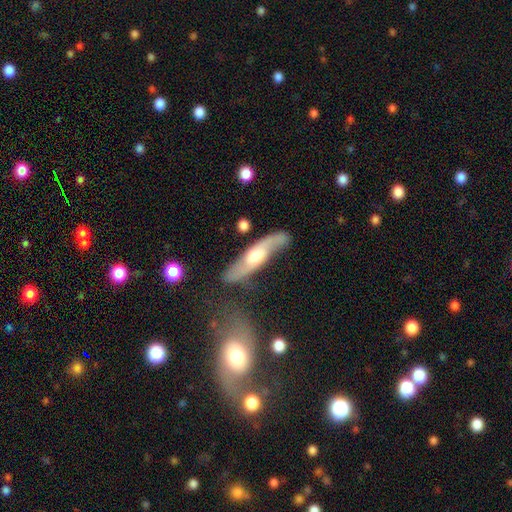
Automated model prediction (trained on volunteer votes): Overall: featured or disk (66%; smooth 29%). Edge-on disk: no (59%; yes 41%). Merging: none (68%).